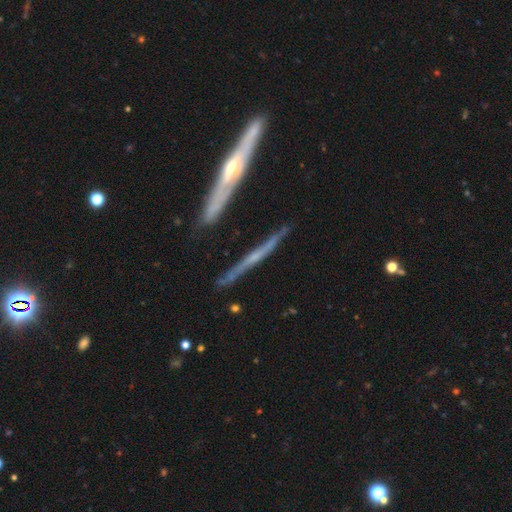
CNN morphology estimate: A featured or disk galaxy (76%) viewed edge-on (95%) with a rounded central bulge (50%). Merging: none (80%).